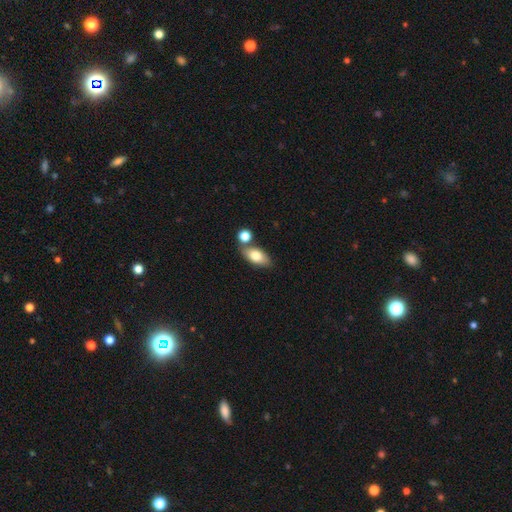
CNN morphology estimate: A smooth galaxy with no disk features (76%) that is in between round and cigar-shaped (86%).

Vote fractions:
- Smooth or featured? smooth: 76% / featured or disk: 17% / star or artifact: 7%
- How rounded? in between: 86% / round: 7% / cigar-shaped: 7%
- Merging? none: 64% / merger: 20% / minor disturbance: 12% / major disturbance: 3%